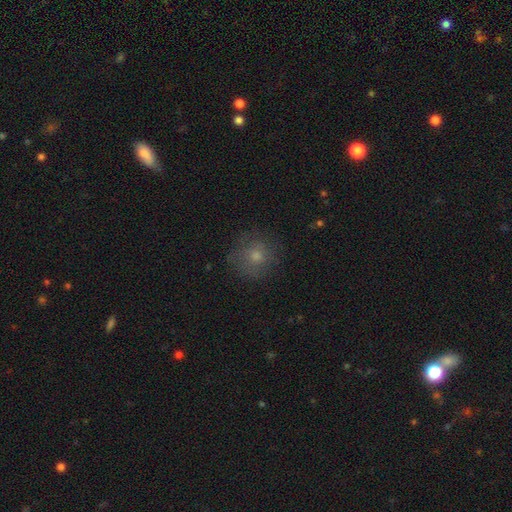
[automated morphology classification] Smooth or featured? Predicted: smooth (p=0.65). How rounded? Predicted: round (p=0.91). Merging? Predicted: none (p=0.82).